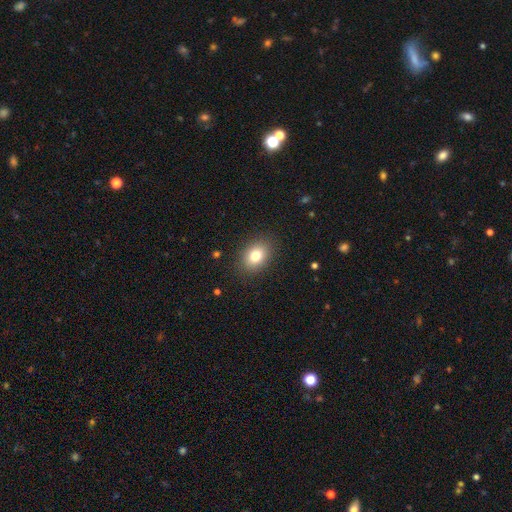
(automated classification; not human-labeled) smooth_or_featured: smooth (p=0.80) [alt: star or artifact p=0.10]
how_rounded: in between (p=0.69) [alt: round p=0.30]
merging: none (p=0.88) [alt: minor disturbance p=0.08]